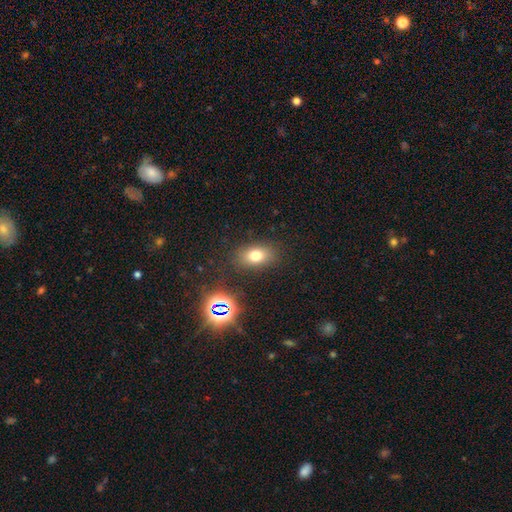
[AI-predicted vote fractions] smooth 73%, star or artifact 16%, featured or disk 11%. Down the decision tree: how rounded — in between (78%); merging — none (83%).